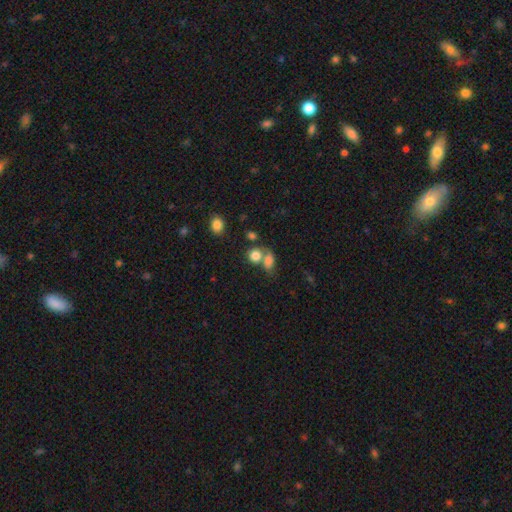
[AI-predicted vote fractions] Overall: smooth (81%). How rounded: round (66%; in between 33%). Merging: merger (45%; none 40%).